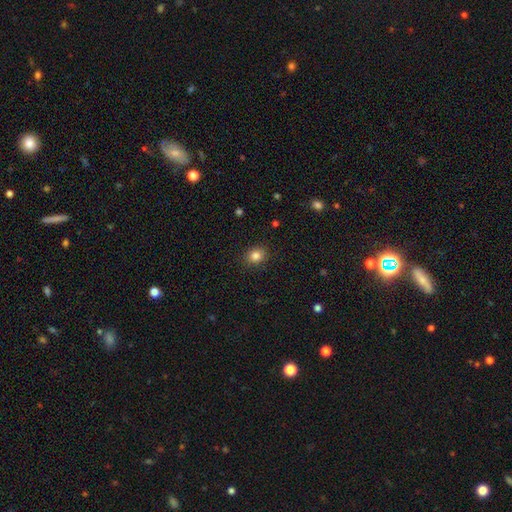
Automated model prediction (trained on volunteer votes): smooth_or_featured: smooth (p=0.84) [alt: star or artifact p=0.11]
how_rounded: round (p=0.63) [alt: in between p=0.36]
merging: none (p=0.89) [alt: minor disturbance p=0.08]